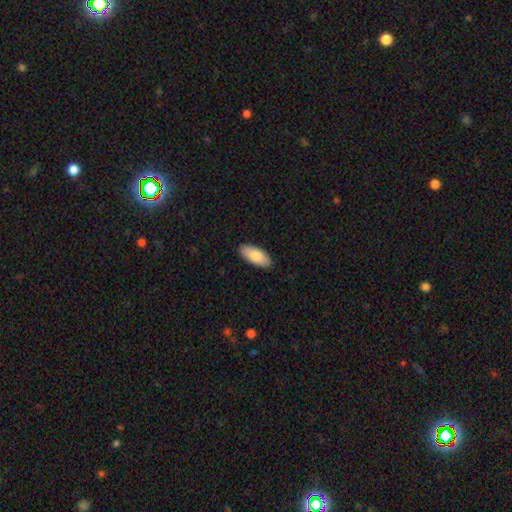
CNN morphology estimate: Smooth or featured?
  - smooth: 84% *
  - featured or disk: 11%
  - star or artifact: 6%
How rounded?
  - in between: 87% *
  - cigar-shaped: 11%
  - round: 2%
Merging?
  - none: 89% *
  - minor disturbance: 9%
  - major disturbance: 2%
  - merger: 1%